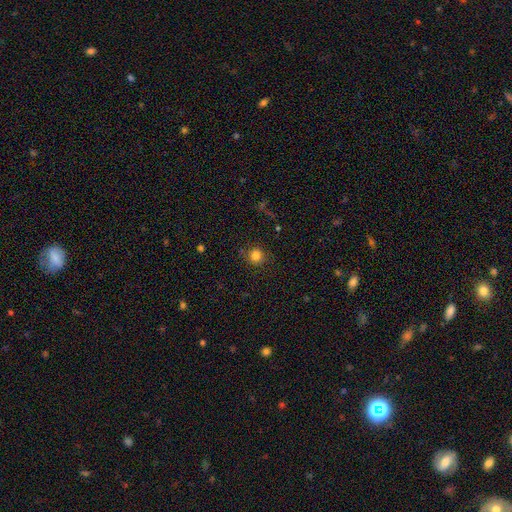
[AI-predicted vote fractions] This appears to be a smooth galaxy with no disk features (82%) that is round (89%). Merging: none (85%).